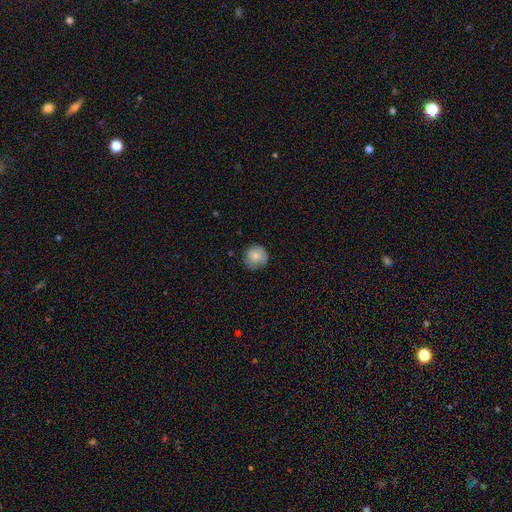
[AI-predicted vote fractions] This is clearly a smooth galaxy (82%). How rounded: clearly round (92%). Merging: likely none (79%).